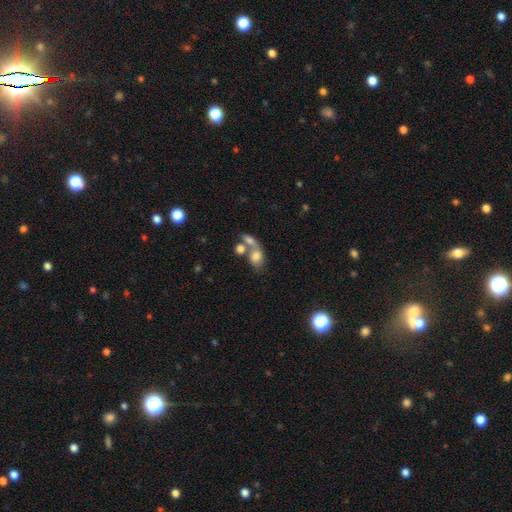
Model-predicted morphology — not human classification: This appears to be a smooth galaxy with no disk features (70%) that is in between round and cigar-shaped (70%). Merging: merger (59%).